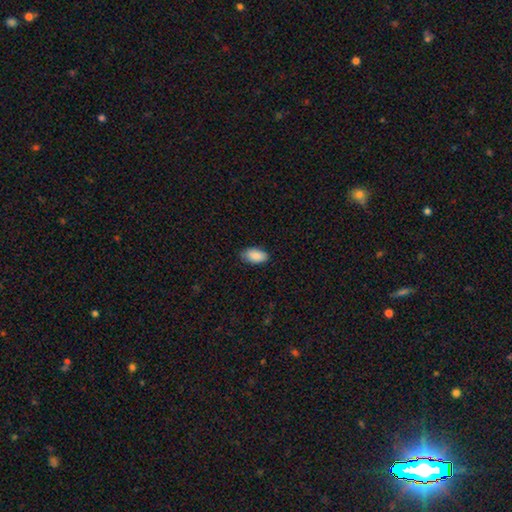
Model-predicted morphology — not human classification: Smooth or featured: smooth — 89% (star or artifact — 6%)
How rounded: in between — 94% (round — 3%)
Merging: none — 82% (minor disturbance — 14%)